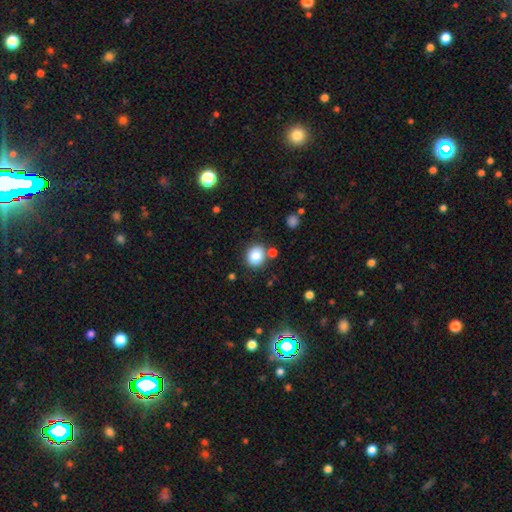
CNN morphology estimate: The model was most divided on "how rounded": round: 68%, in between: 31%, cigar-shaped: 1%. More confident: smooth or featured — smooth (84%); merging — none (79%).